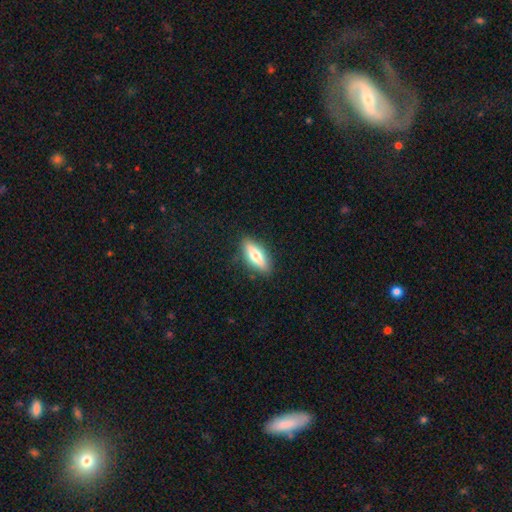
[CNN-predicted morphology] The model was most divided on "how rounded": in between: 57%, cigar-shaped: 41%, round: 3%. More confident: merging — none (86%); smooth or featured — smooth (59%).